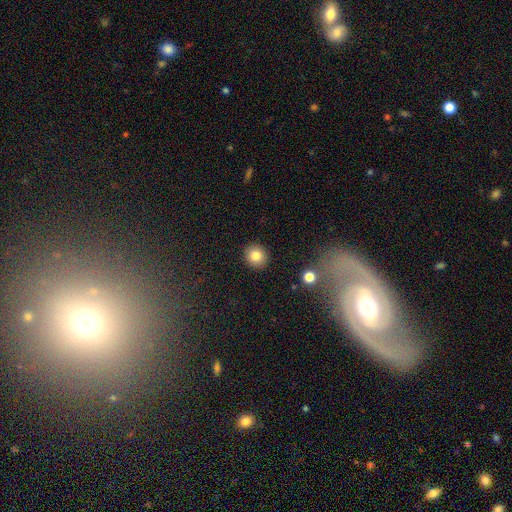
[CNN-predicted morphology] This appears to be a smooth galaxy with no disk features (82%) that is round (87%). Merging: none (91%).